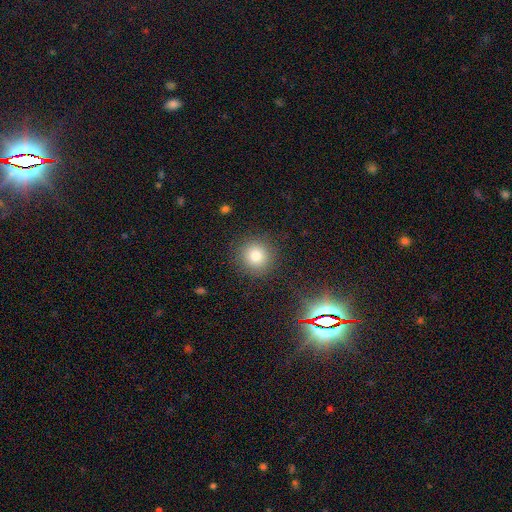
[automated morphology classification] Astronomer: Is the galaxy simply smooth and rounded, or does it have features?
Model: smooth — 79%.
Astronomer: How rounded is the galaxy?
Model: round — 93%.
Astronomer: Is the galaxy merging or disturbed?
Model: none — 88%.